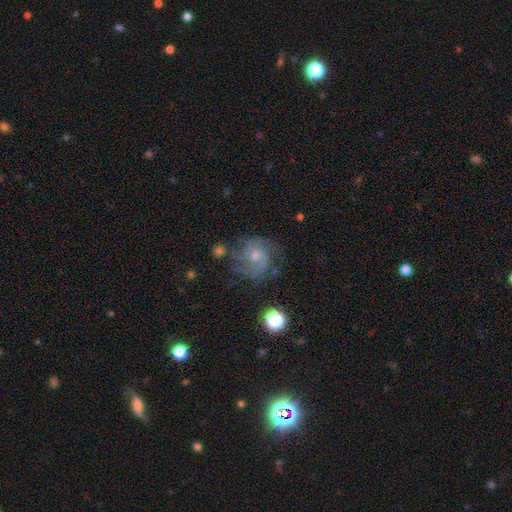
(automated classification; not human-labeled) A featured or disk galaxy (84%) with no bar (63%), 2 (55%) medium (46%) spiral arms (97%) and a small central bulge (57%). Merging: none (69%).